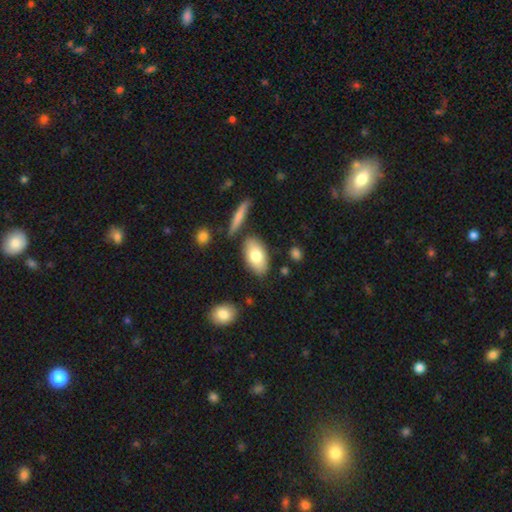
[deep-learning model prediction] Smooth or featured? smooth (76%)
How rounded? in between (92%)
Merging? none (79%)